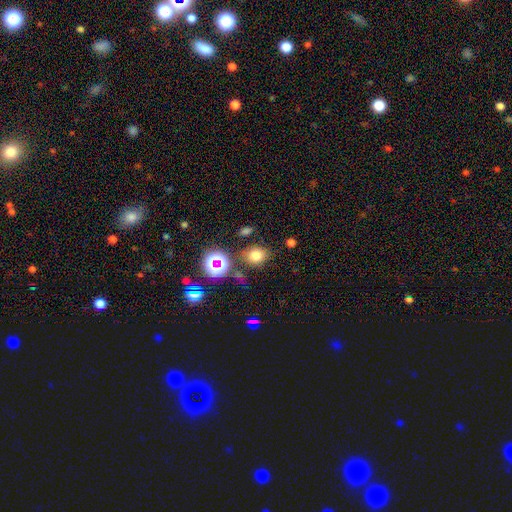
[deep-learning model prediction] Q: Smooth or featured?
A: smooth (72%); runner-up: star or artifact (19%)
Q: How rounded?
A: round (49%); tied with: in between (49%)
Q: Merging?
A: none (74%); runner-up: minor disturbance (14%)